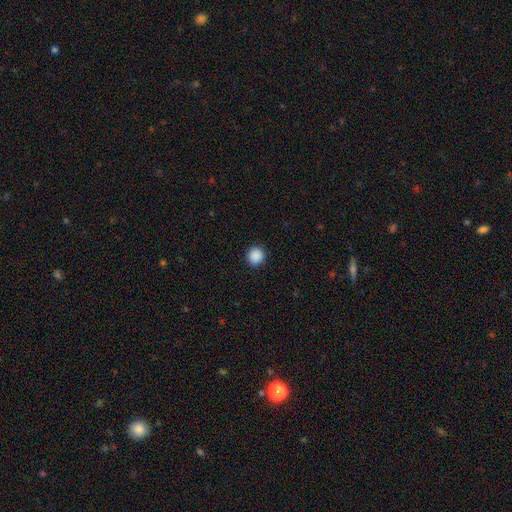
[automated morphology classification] This is clearly a smooth galaxy (89%). How rounded: clearly round (91%). Merging: clearly none (92%).